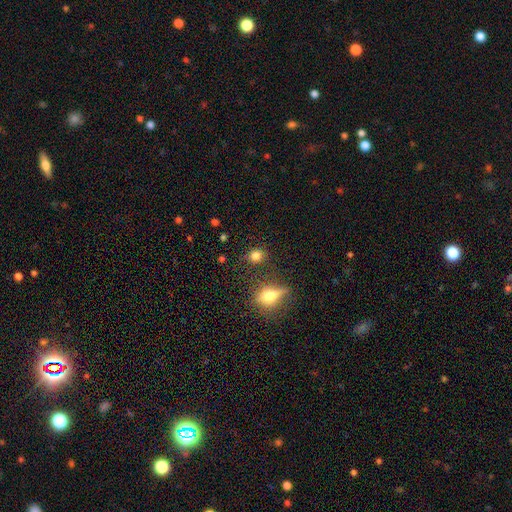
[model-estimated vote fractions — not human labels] smooth 79%, star or artifact 13%, featured or disk 8%. Down the decision tree: how rounded — round (75%); merging — none (76%).